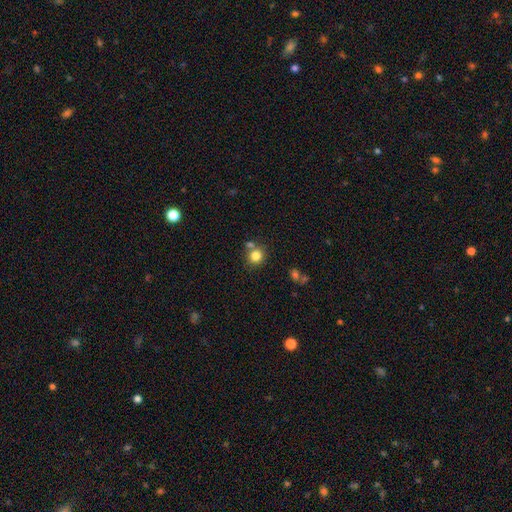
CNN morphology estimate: Smooth or featured? Predicted: smooth (p=0.82). How rounded? Predicted: round (p=0.85). Merging? Predicted: none (p=0.67).